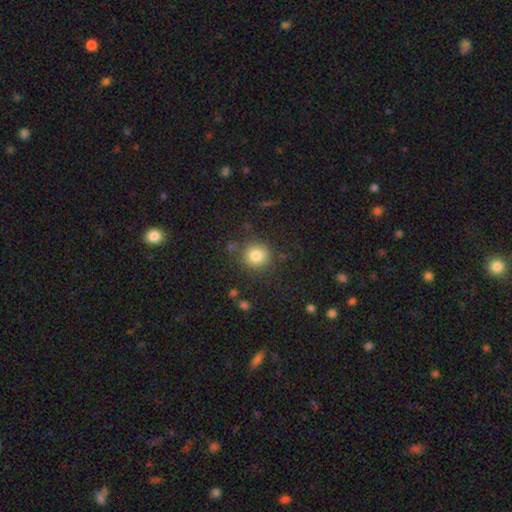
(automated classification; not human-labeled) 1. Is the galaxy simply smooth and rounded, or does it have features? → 81% smooth, 12% star or artifact, 8% featured or disk.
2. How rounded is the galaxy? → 92% round, 7% in between, 1% cigar-shaped.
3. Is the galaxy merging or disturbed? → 84% none, 10% minor disturbance, 3% major disturbance, 3% merger.